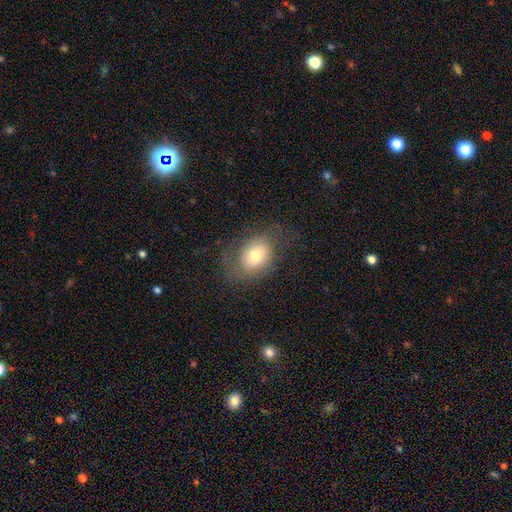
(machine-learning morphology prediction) Smooth or featured?
  - smooth: 67% *
  - featured or disk: 23%
  - star or artifact: 10%
How rounded?
  - in between: 68% *
  - round: 31%
  - cigar-shaped: 1%
Merging?
  - none: 62% *
  - minor disturbance: 21%
  - major disturbance: 16%
  - merger: 1%